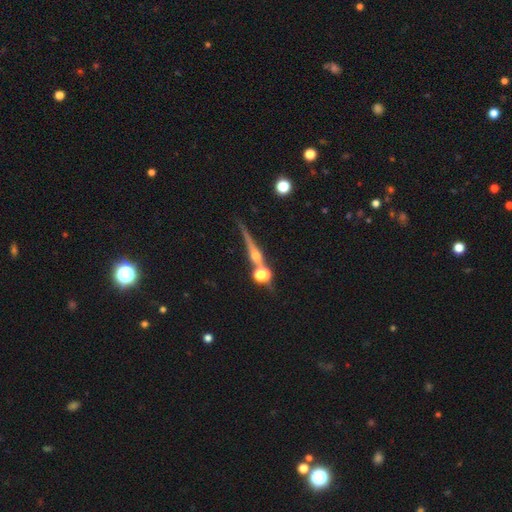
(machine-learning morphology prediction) A featured or disk galaxy (65%) viewed edge-on (92%) with a rounded central bulge (83%). Merging: none (59%).